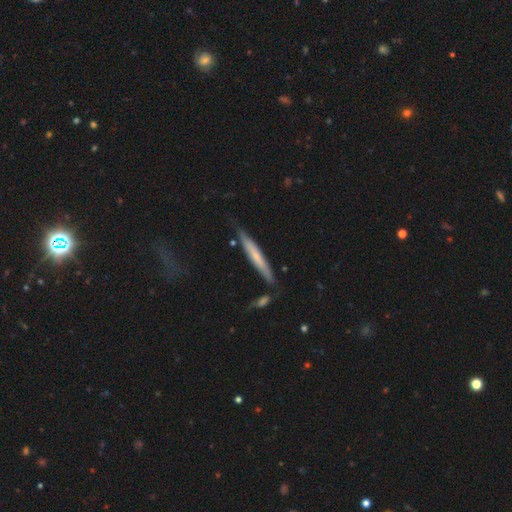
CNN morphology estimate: Smooth or featured?
  - smooth: 53% *
  - featured or disk: 41%
  - star or artifact: 6%
How rounded?
  - cigar-shaped: 95% *
  - in between: 4%
  - round: 1%
Merging?
  - none: 72% *
  - minor disturbance: 18%
  - merger: 5%
  - major disturbance: 4%